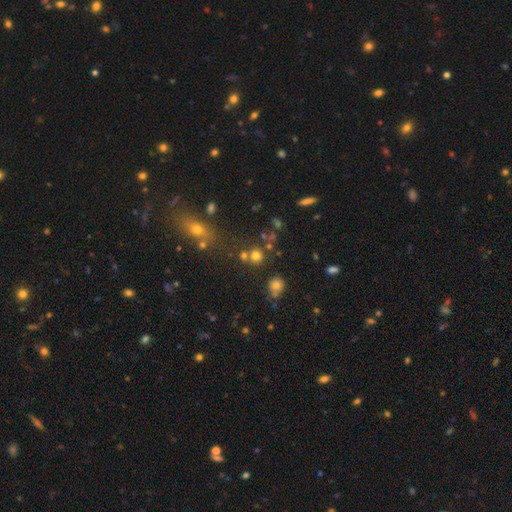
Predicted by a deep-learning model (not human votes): smooth 70%, star or artifact 21%, featured or disk 9%. Down the decision tree: how rounded — round (90%); merging — none (68%).